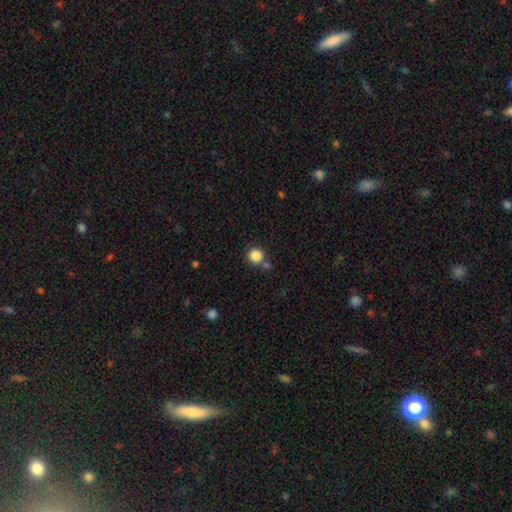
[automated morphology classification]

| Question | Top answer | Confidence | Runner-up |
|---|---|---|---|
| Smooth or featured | smooth | 85% | star or artifact (10%) |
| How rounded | round | 90% | in between (9%) |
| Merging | none | 68% | merger (18%) |